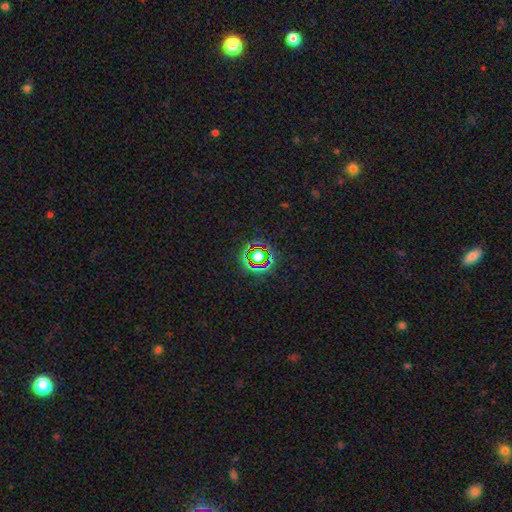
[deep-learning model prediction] smooth_or_featured: star or artifact (p=0.69) [alt: smooth p=0.20]